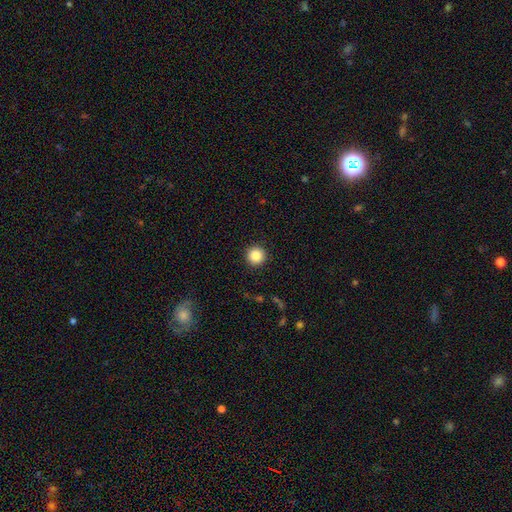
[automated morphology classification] This appears to be a smooth galaxy with no disk features (86%) that is round (96%). Merging: none (93%).